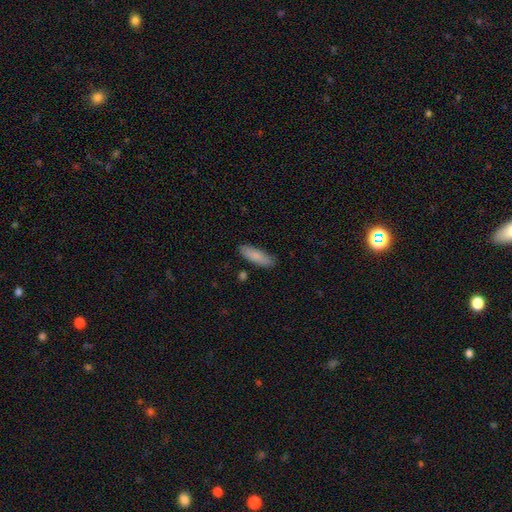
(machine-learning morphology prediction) smooth_or_featured: smooth (p=0.85) [alt: featured or disk p=0.09]
how_rounded: cigar-shaped (p=0.49) [tied with: in between p=0.49]
merging: none (p=0.83) [alt: minor disturbance p=0.12]